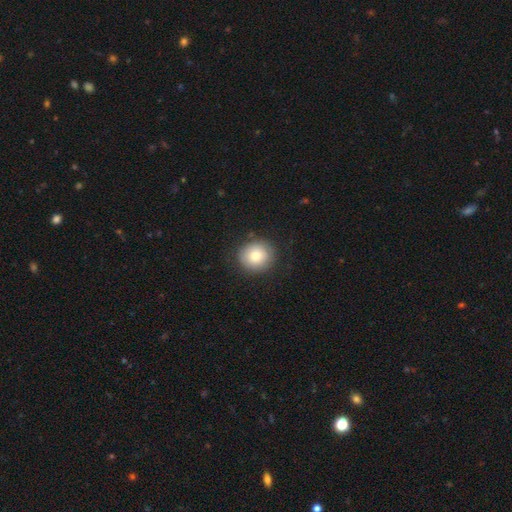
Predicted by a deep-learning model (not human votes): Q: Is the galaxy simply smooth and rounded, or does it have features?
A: smooth — 80%.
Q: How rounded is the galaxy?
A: round — 88%.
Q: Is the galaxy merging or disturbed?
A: none — 86%.